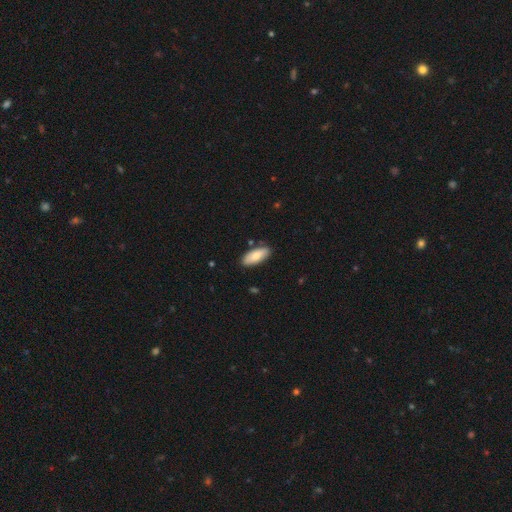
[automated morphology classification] Q: Smooth or featured?
A: smooth (78%); runner-up: featured or disk (16%)
Q: How rounded?
A: in between (84%); runner-up: cigar-shaped (14%)
Q: Merging?
A: none (84%); runner-up: minor disturbance (12%)